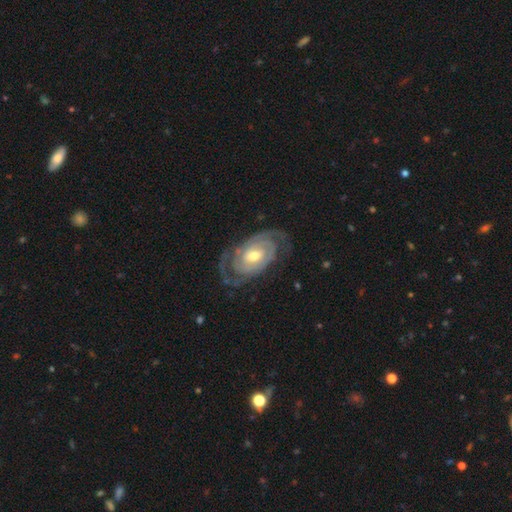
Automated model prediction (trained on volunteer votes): Morphology: type=featured or disk (88%); edge-on=no (96%); bar=no (58%); spiral arms=yes (95%); winding=tight (69%); arm count=2 (65%); bulge=moderate (70%); merging=none (76%).